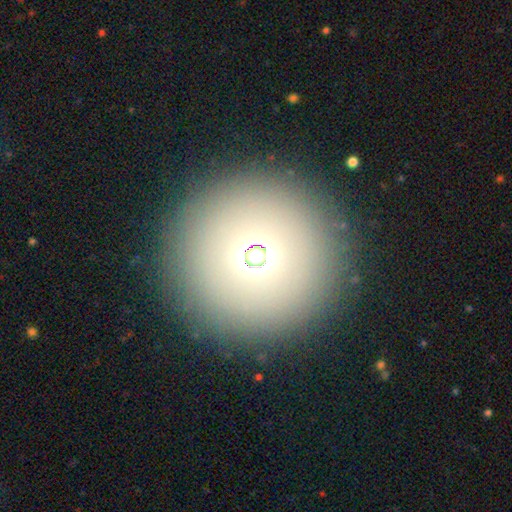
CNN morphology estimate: type=smooth (64%); roundness=round (95%); merging=none (88%).